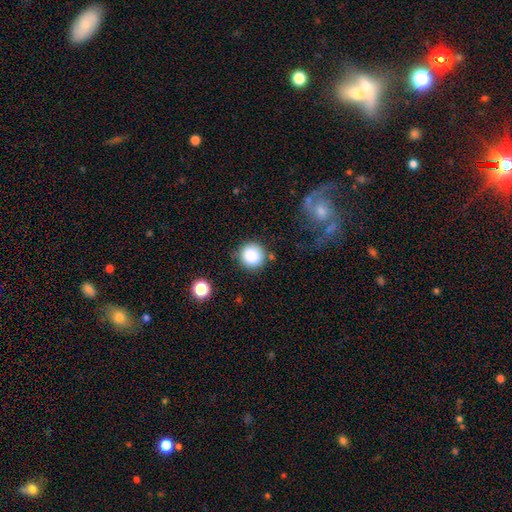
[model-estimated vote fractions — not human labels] smooth 86%, star or artifact 10%, featured or disk 4%. Down the decision tree: how rounded — round (93%); merging — none (82%).